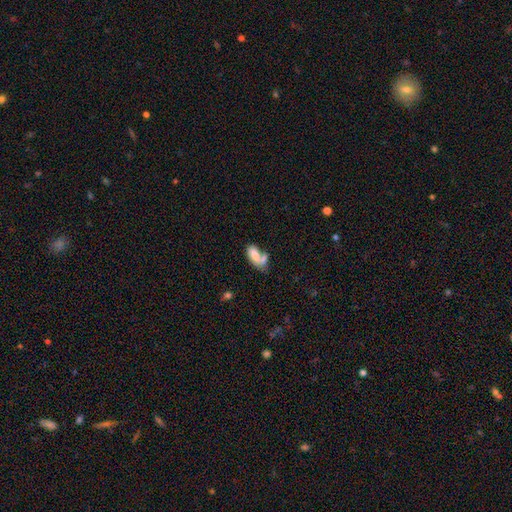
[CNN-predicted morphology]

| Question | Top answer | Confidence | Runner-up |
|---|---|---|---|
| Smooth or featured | smooth | 71% | featured or disk (20%) |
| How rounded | in between | 85% | cigar-shaped (10%) |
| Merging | merger | 45% | none (29%) |